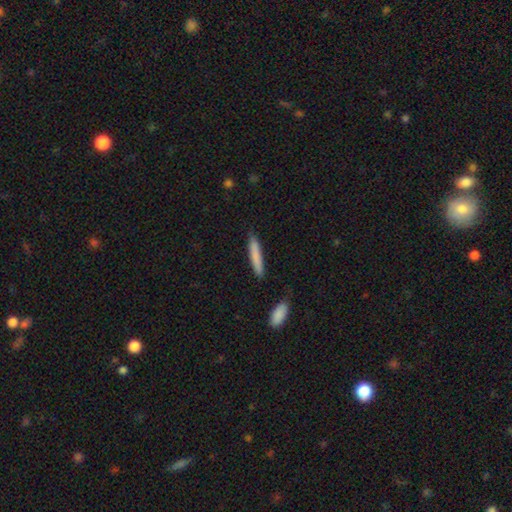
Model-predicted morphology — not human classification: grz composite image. It shows a smooth galaxy with no disk features (81%) that is cigar-shaped (92%). Merging: none (85%).